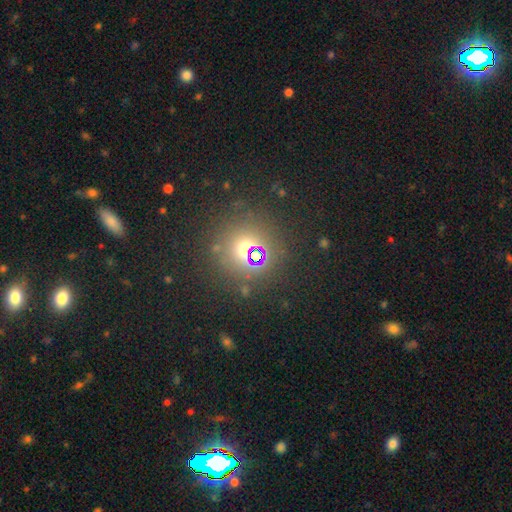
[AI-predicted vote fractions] smooth_or_featured: star or artifact (p=0.58) [alt: smooth p=0.33]